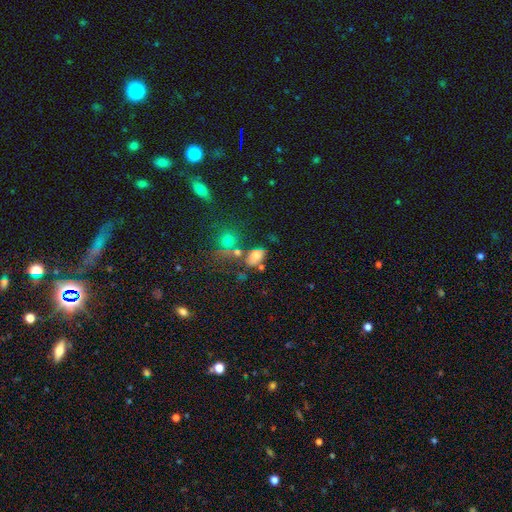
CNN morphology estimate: Smooth or featured: smooth — 71% (featured or disk — 15%)
How rounded: in between — 85% (round — 12%)
Merging: none — 50% (minor disturbance — 20%)